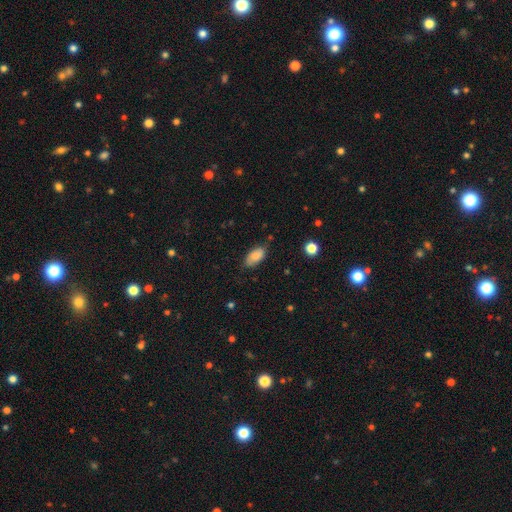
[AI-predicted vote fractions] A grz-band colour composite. It shows a smooth galaxy with no disk features (82%) that is in between round and cigar-shaped (92%). Merging: none (74%).